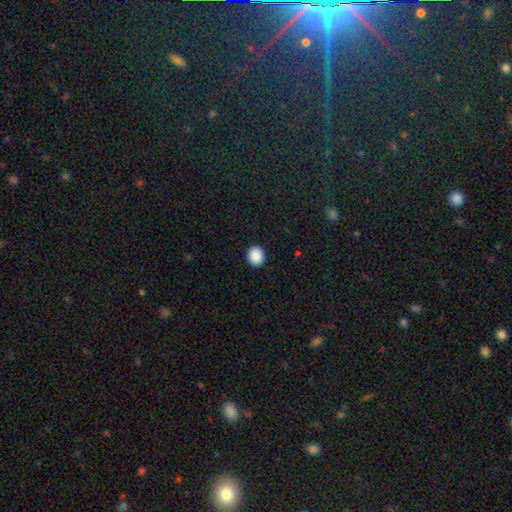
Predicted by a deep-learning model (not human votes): A smooth galaxy with no disk features (89%) that is round (73%).

Vote fractions:
- Smooth or featured? smooth: 89% / star or artifact: 8% / featured or disk: 3%
- How rounded? round: 73% / in between: 26% / cigar-shaped: 1%
- Merging? none: 92% / minor disturbance: 6% / major disturbance: 2% / merger: 1%